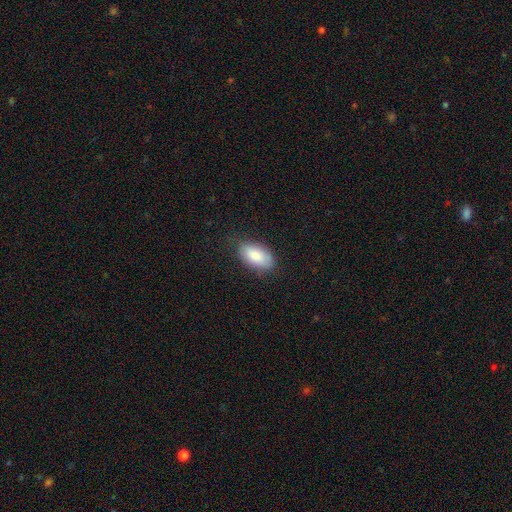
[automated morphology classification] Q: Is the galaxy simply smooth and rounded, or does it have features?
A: smooth — 81%.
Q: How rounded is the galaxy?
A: in between — 94%.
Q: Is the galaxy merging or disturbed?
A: none — 76%.